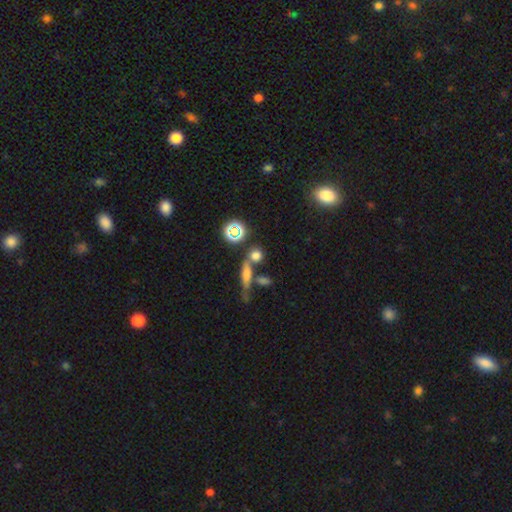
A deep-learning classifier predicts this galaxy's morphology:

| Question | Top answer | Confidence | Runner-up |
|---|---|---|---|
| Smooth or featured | smooth | 66% | star or artifact (21%) |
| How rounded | round | 63% | in between (24%) |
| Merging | none | 58% | merger (27%) |